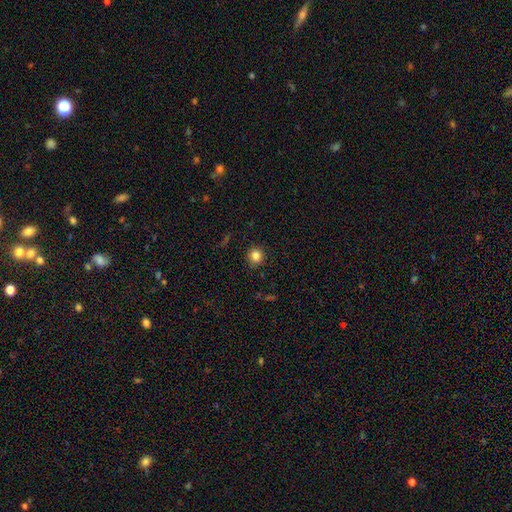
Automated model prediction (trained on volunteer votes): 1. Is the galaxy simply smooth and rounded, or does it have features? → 83% smooth, 12% star or artifact, 5% featured or disk.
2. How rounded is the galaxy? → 90% round, 9% in between, 1% cigar-shaped.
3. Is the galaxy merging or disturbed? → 90% none, 7% minor disturbance, 2% major disturbance, 1% merger.